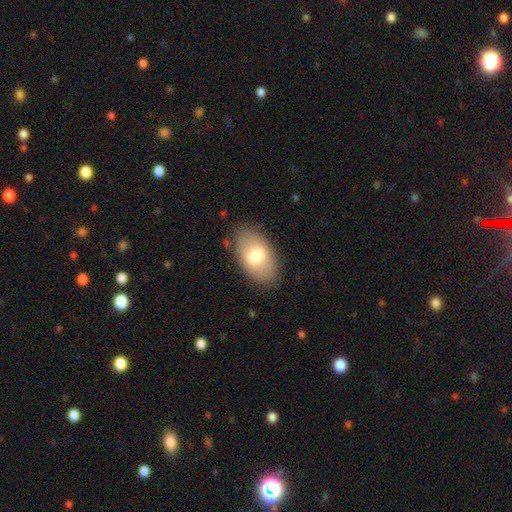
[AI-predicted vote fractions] Q: Smooth or featured?
A: smooth (71%); runner-up: featured or disk (22%)
Q: How rounded?
A: in between (93%); runner-up: round (6%)
Q: Merging?
A: none (82%); runner-up: minor disturbance (12%)